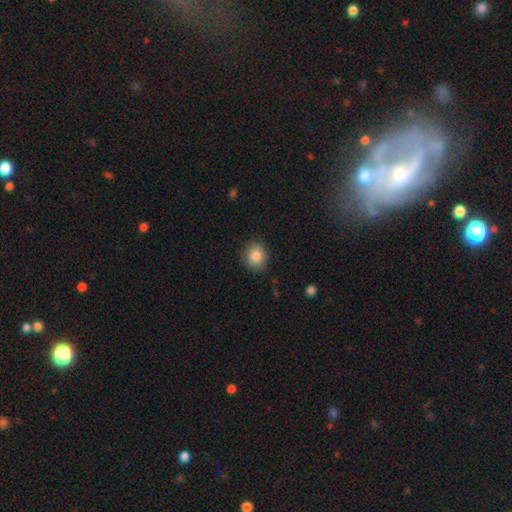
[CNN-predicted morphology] A smooth galaxy with no disk features (85%) that is round (77%).

Vote fractions:
- Smooth or featured? smooth: 85% / star or artifact: 9% / featured or disk: 7%
- How rounded? round: 77% / in between: 22% / cigar-shaped: 1%
- Merging? none: 87% / minor disturbance: 10% / major disturbance: 2% / merger: 1%